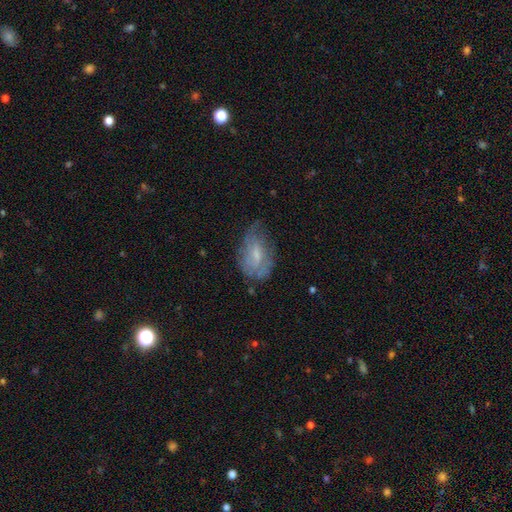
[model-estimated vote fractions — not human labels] Overall: featured or disk (49%; smooth 43%). Merging: none (50%; minor disturbance 32%).